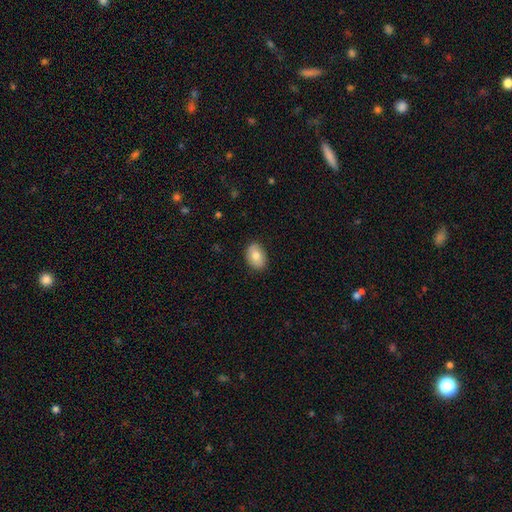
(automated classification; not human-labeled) Q: Smooth or featured?
A: smooth (80%); runner-up: featured or disk (13%)
Q: How rounded?
A: in between (83%); runner-up: round (15%)
Q: Merging?
A: none (87%); runner-up: minor disturbance (10%)